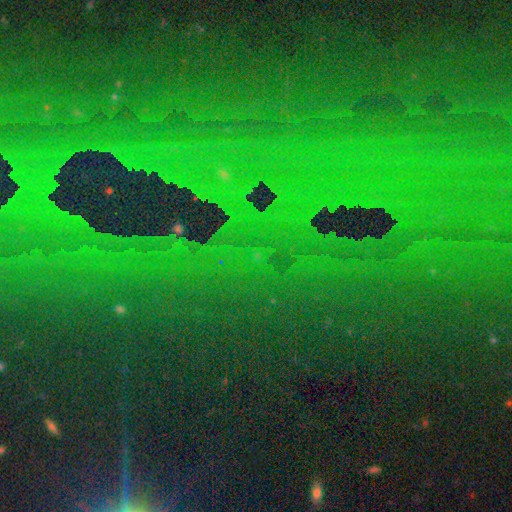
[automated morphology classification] Smooth or featured? star or artifact (83%)